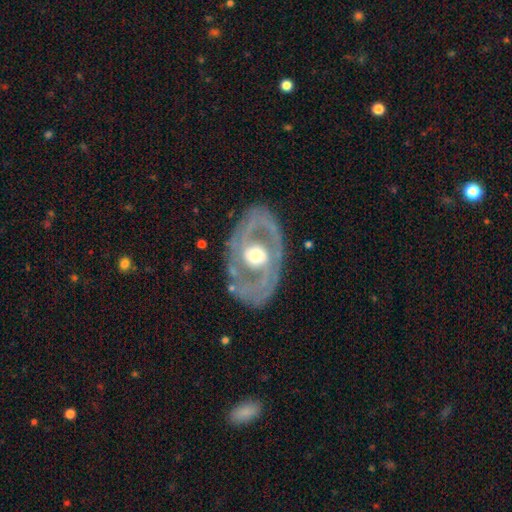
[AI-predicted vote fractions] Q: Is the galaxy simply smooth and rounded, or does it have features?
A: featured or disk — 82%.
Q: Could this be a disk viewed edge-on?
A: no — 94%.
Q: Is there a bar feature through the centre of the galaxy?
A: no — 49%.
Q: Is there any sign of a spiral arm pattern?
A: yes — 66%.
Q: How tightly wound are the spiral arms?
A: medium — 44%.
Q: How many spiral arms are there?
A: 2 — 79%.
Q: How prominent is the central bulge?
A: moderate — 68%.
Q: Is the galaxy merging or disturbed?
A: none — 79%.